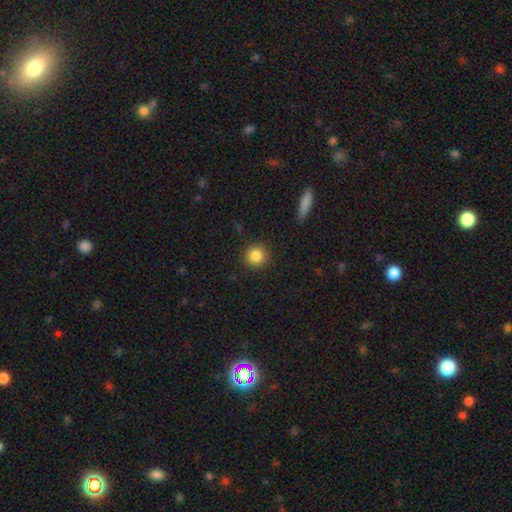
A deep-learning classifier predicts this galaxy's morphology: The model was most divided on "smooth or featured": smooth: 85%, star or artifact: 9%, featured or disk: 5%. More confident: how rounded — round (92%); merging — none (89%).